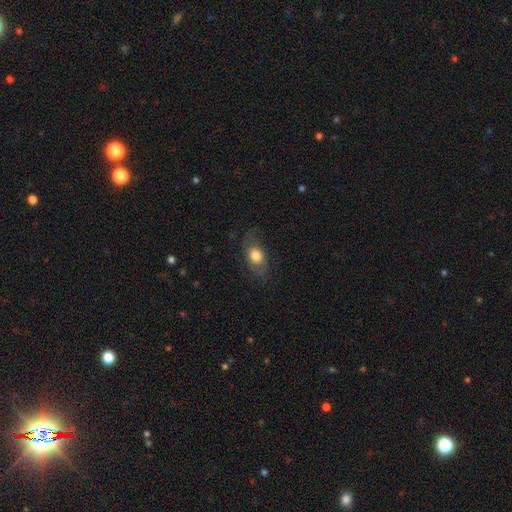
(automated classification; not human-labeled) The model was most divided on "smooth or featured": smooth: 68%, featured or disk: 25%, star or artifact: 8%. More confident: how rounded — in between (80%); merging — none (73%).